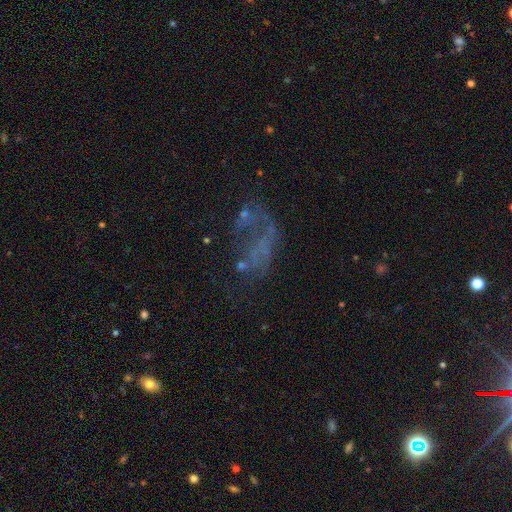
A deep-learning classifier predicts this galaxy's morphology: Smooth or featured: featured or disk — 49% (star or artifact — 26%)
Merging: major disturbance — 41% (none — 34%)